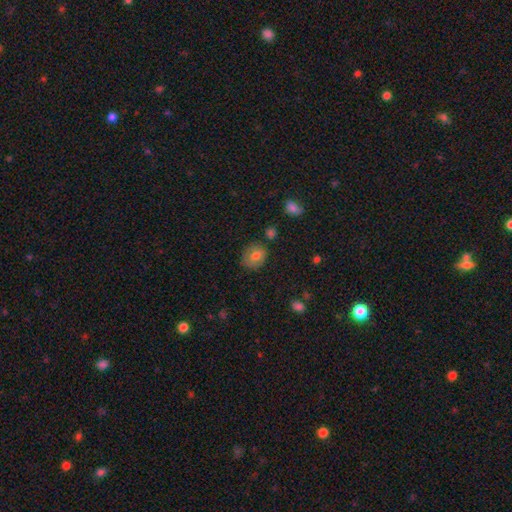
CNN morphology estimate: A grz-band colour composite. It shows a smooth galaxy with no disk features (73%) that is round (57%). Merging: none (73%).